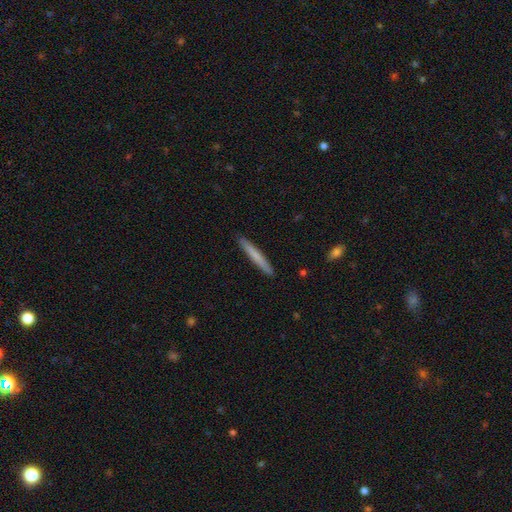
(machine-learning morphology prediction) A smooth galaxy with no disk features (69%) that is cigar-shaped (97%). Merging: none (91%).